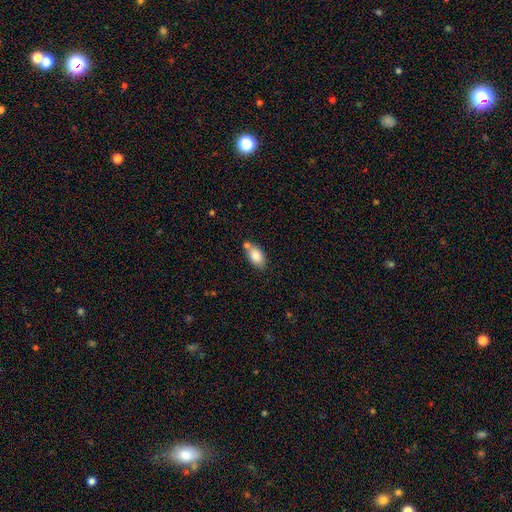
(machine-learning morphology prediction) This is clearly a smooth galaxy (83%). How rounded: clearly in between (90%). Merging: possibly none (59%).